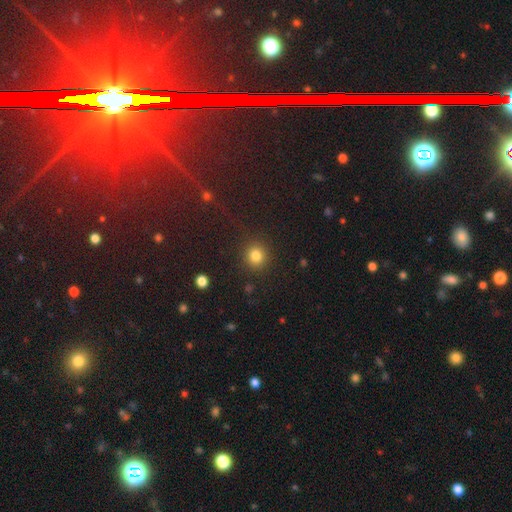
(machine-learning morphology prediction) type=smooth (82%); roundness=round (90%); merging=none (89%).